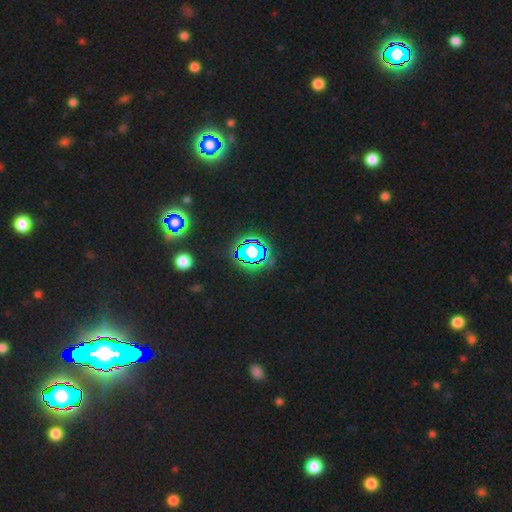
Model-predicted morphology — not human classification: The model was most divided on "smooth or featured": star or artifact: 79%, smooth: 13%, featured or disk: 8%.